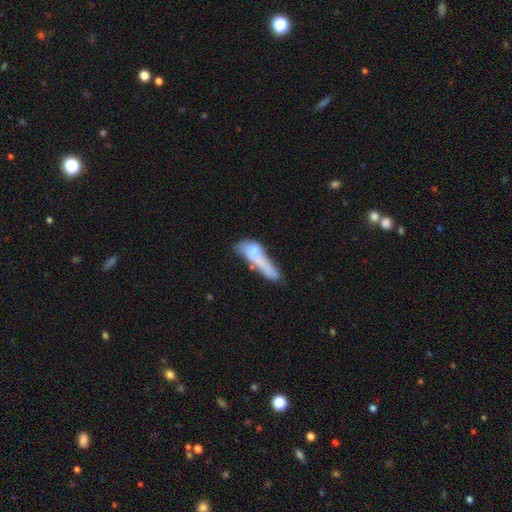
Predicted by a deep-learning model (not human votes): The model was most divided on "merging": major disturbance: 29%, merger: 28%, minor disturbance: 22%, none: 21%. More confident: how rounded — cigar-shaped (61%); smooth or featured — smooth (61%).